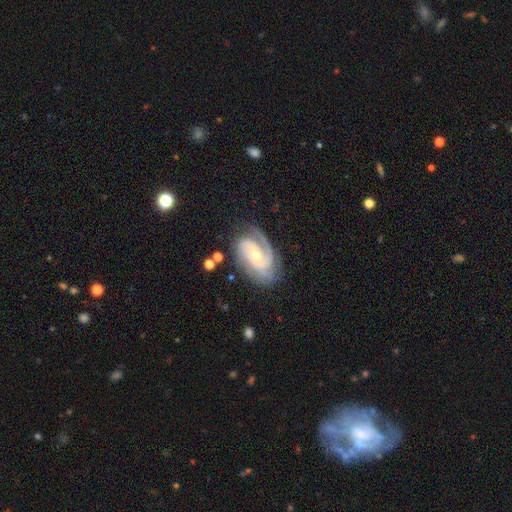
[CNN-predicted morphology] type=featured or disk (88%); edge-on=no (97%); bar=no (54%); spiral arms=yes (97%); winding=tight (58%); arm count=2 (35%); bulge=small (60%); merging=none (71%).